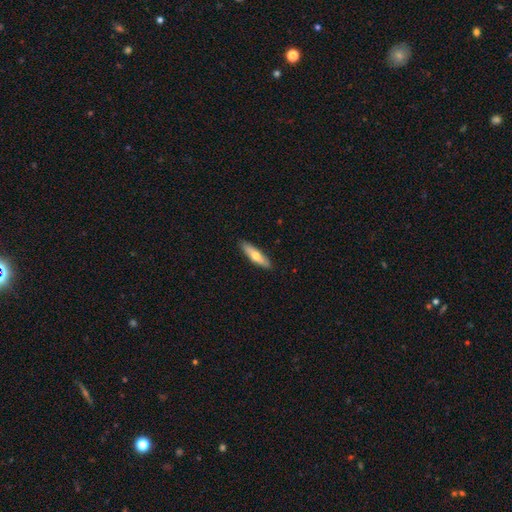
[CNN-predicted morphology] Smooth or featured? smooth (57%)
How rounded? cigar-shaped (73%)
Merging? none (89%)